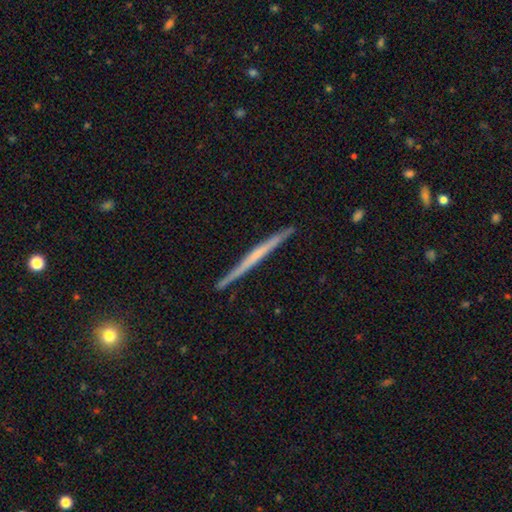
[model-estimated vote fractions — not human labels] Smooth or featured: featured or disk — 63% (smooth — 31%)
Edge-on disk: yes — 98% (no — 2%)
Edge-on bulge: none — 75% (rounded — 19%)
Merging: none — 90% (minor disturbance — 7%)